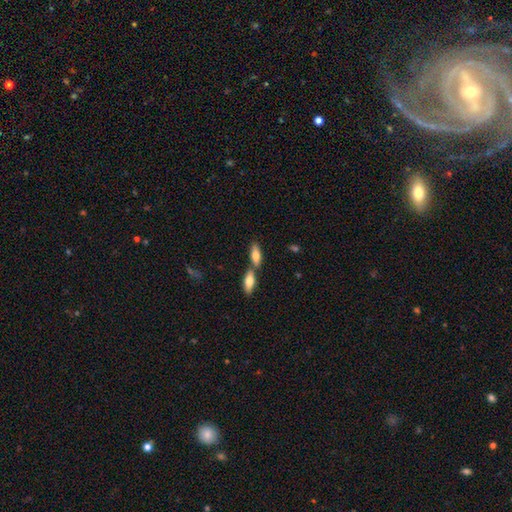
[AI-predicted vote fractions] Overall: smooth (71%). How rounded: in between (68%; cigar-shaped 29%). Merging: none (48%; merger 40%).